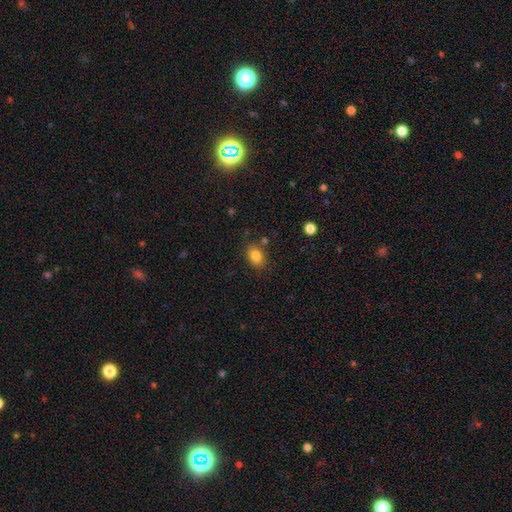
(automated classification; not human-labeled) A smooth galaxy with no disk features (84%) that is in between round and cigar-shaped (77%). Merging: none (79%).